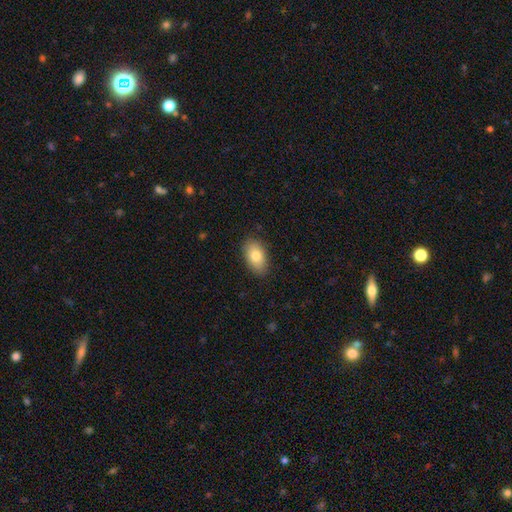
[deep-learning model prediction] Overall: smooth (81%). How rounded: in between (92%). Merging: none (87%).